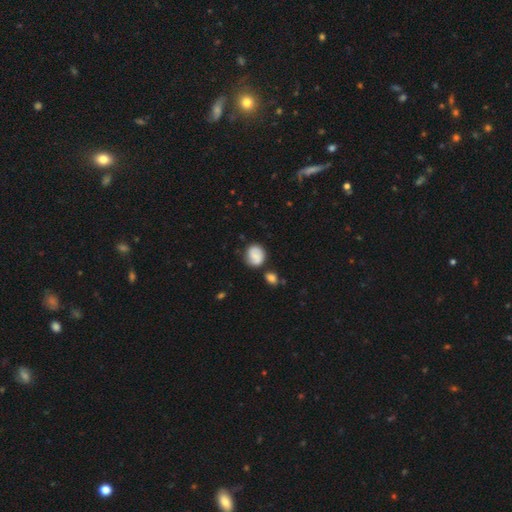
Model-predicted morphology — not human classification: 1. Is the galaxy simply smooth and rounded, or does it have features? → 66% smooth, 26% featured or disk, 9% star or artifact.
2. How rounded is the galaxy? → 60% round, 38% in between, 1% cigar-shaped.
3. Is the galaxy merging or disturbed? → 65% none, 19% minor disturbance, 11% merger, 5% major disturbance.